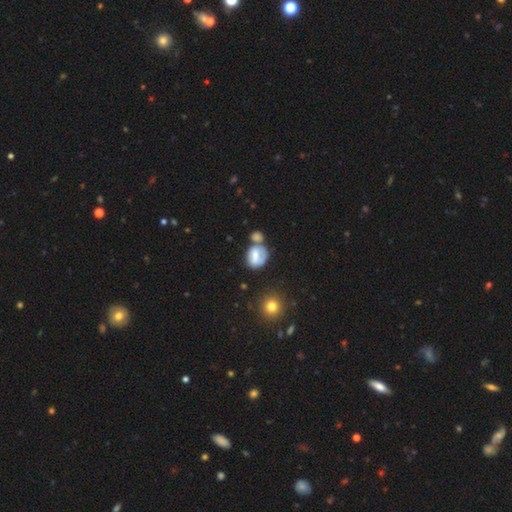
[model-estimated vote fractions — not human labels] smooth_or_featured: smooth (p=0.62) [alt: featured or disk p=0.29]
how_rounded: in between (p=0.53) [alt: round p=0.46]
merging: none (p=0.35) [alt: merger p=0.33]